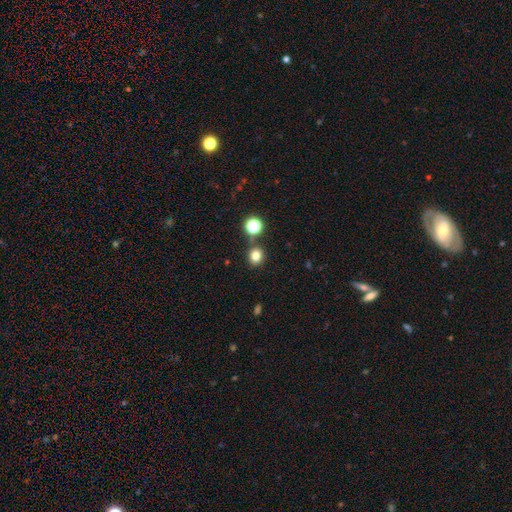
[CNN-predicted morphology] smooth 78%, star or artifact 16%, featured or disk 6%. Down the decision tree: how rounded — round (81%); merging — none (81%).